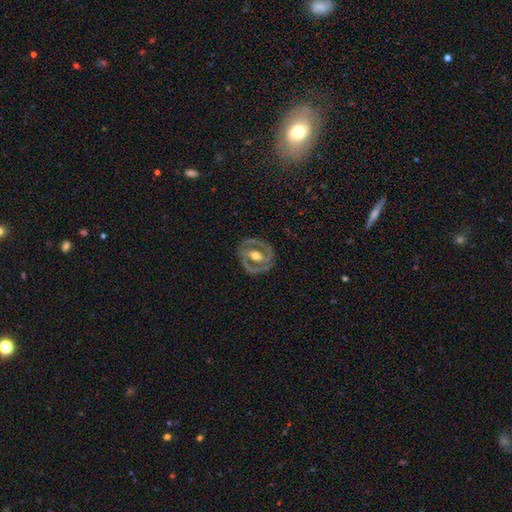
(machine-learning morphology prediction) Smooth or featured? Predicted: featured or disk (p=0.77). Edge-on disk? Predicted: no (p=0.94). Bar? Predicted: no (p=0.36). Spiral arms? Predicted: yes (p=0.55). Bulge size? Predicted: moderate (p=0.73). Merging? Predicted: none (p=0.80).